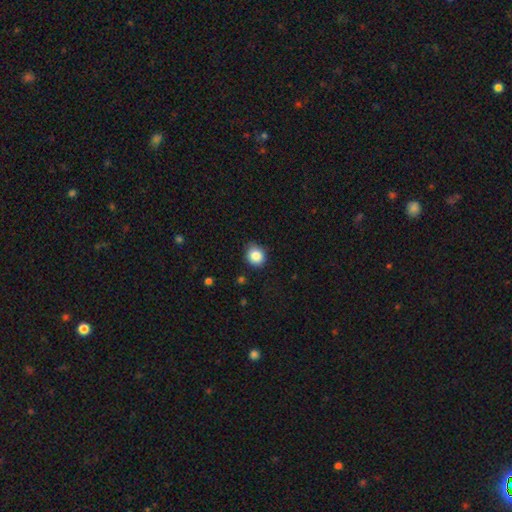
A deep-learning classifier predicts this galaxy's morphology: Smooth or featured? Predicted: smooth (p=0.86). How rounded? Predicted: round (p=0.75). Merging? Predicted: none (p=0.81).